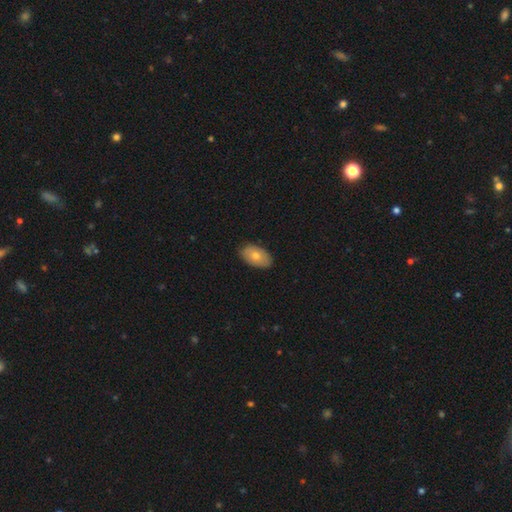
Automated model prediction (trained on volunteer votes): Smooth or featured: smooth — 71% (featured or disk — 23%)
How rounded: in between — 92% (round — 7%)
Merging: none — 83% (minor disturbance — 14%)